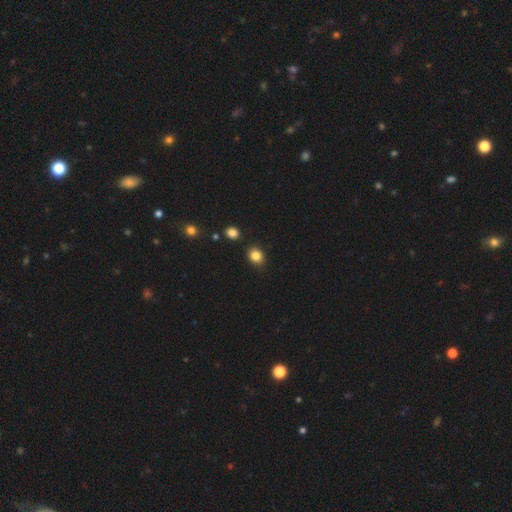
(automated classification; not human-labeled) Q: Smooth or featured?
A: smooth (84%); runner-up: star or artifact (11%)
Q: How rounded?
A: round (55%); runner-up: in between (44%)
Q: Merging?
A: none (86%); runner-up: minor disturbance (9%)